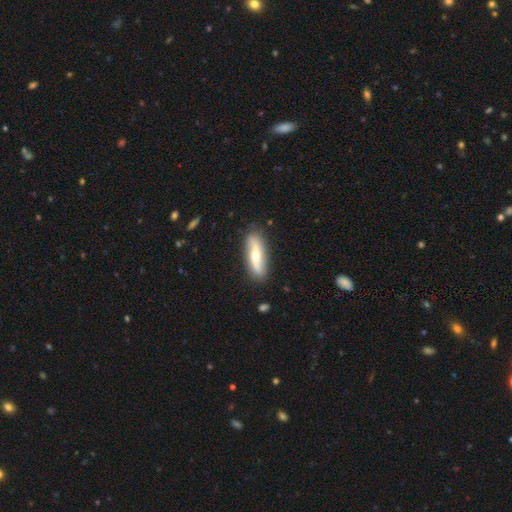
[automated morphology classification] Smooth or featured? Predicted: featured or disk (p=0.53). Edge-on disk? Predicted: no (p=0.65). Merging? Predicted: none (p=0.82).